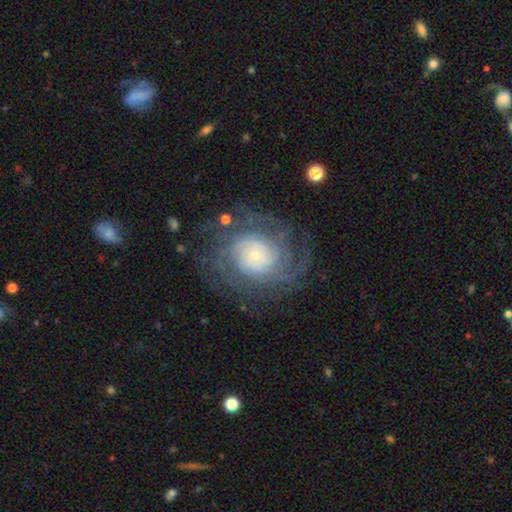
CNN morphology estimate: type=featured or disk (85%); edge-on=no (98%); bar=no (76%); spiral arms=yes (96%); winding=tight (70%); arm count=can't tell (32%); bulge=small (77%); merging=none (74%).